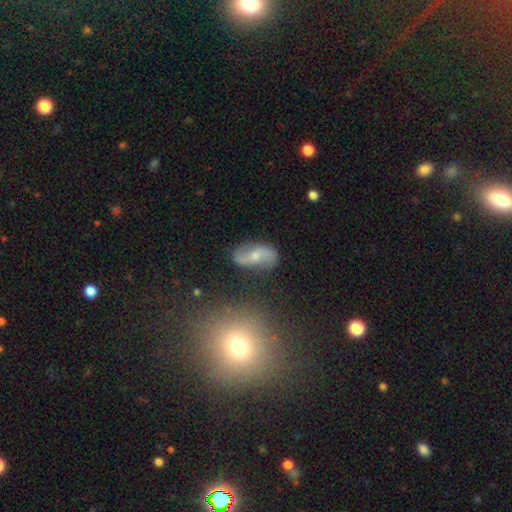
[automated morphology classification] This appears to be a featured or disk galaxy (77%) with no bar (47%), 2 (92%) loose (74%) spiral arms (93%) and a small central bulge (51%). Merging: none (74%).